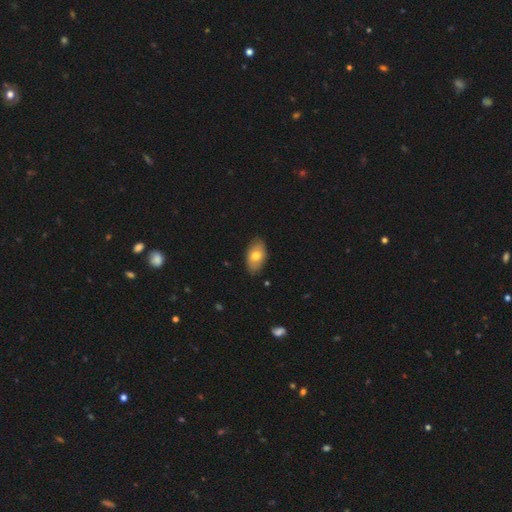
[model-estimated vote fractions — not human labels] This is likely a smooth galaxy (72%). How rounded: clearly in between (93%). Merging: clearly none (83%).